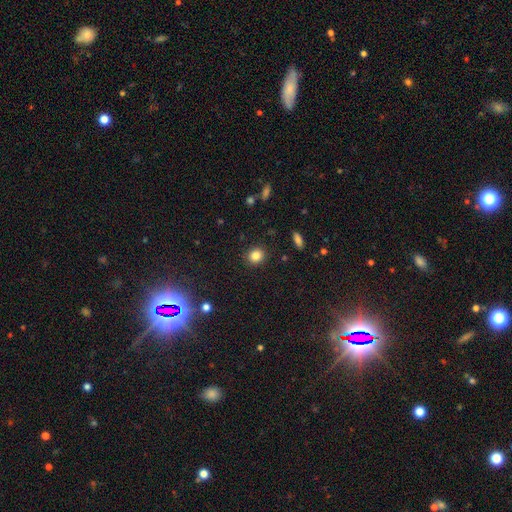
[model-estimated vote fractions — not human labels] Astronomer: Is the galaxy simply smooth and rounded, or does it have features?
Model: smooth — 84%.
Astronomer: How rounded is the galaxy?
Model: round — 81%.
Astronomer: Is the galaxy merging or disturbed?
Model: none — 90%.